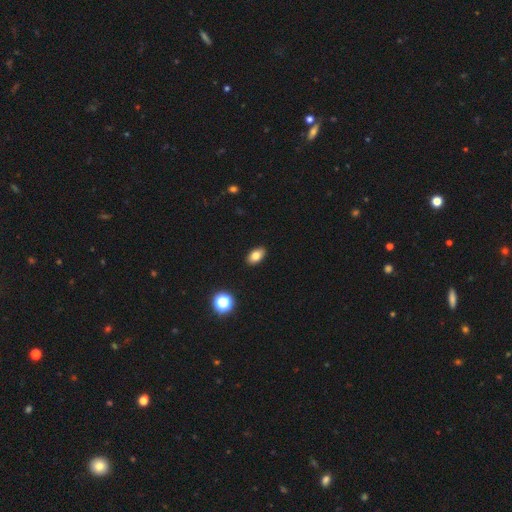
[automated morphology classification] smooth 80%, star or artifact 11%, featured or disk 9%. Down the decision tree: how rounded — in between (89%); merging — none (90%).